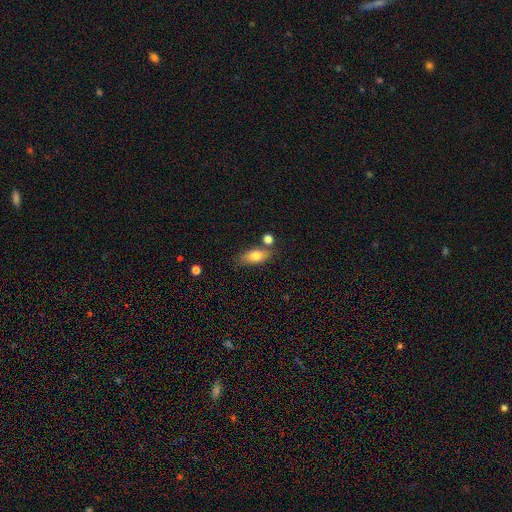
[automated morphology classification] smooth-or-featured: smooth: 76% | featured or disk: 16% | star or artifact: 8%
  how-rounded: in between: 81% | cigar-shaped: 14% | round: 5%
  merging: none: 68% | minor disturbance: 15% | merger: 13% | major disturbance: 4%